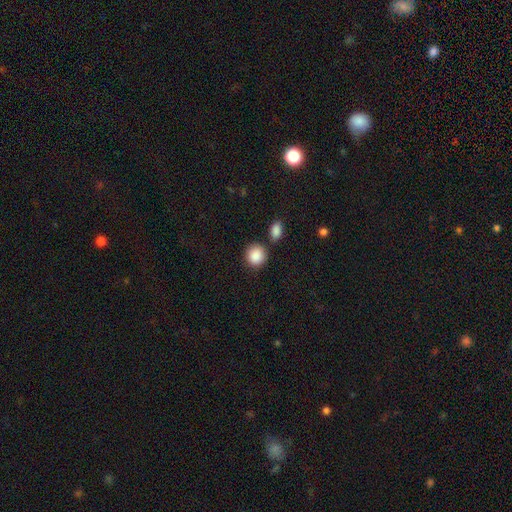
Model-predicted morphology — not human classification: A smooth galaxy with no disk features (89%) that is round (85%). Merging: none (77%).